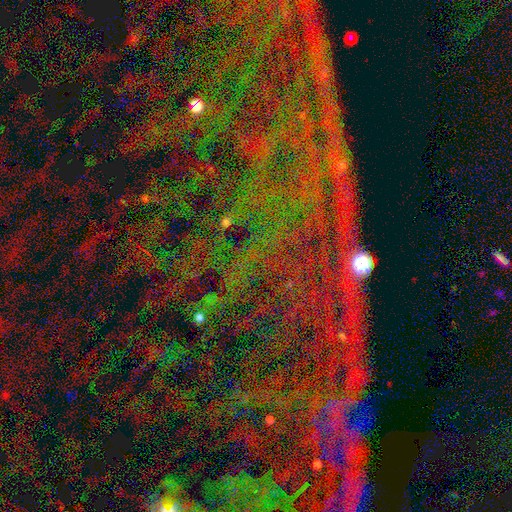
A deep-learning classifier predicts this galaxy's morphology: smooth_or_featured: star or artifact (p=0.83) [alt: featured or disk p=0.09]